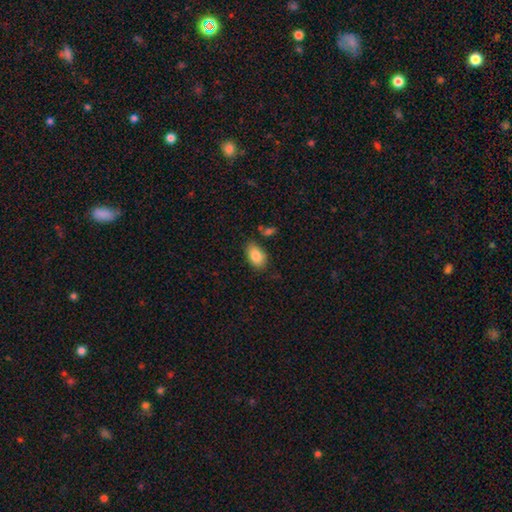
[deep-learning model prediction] A smooth galaxy with no disk features (86%) that is in between round and cigar-shaped (91%). Merging: none (76%).